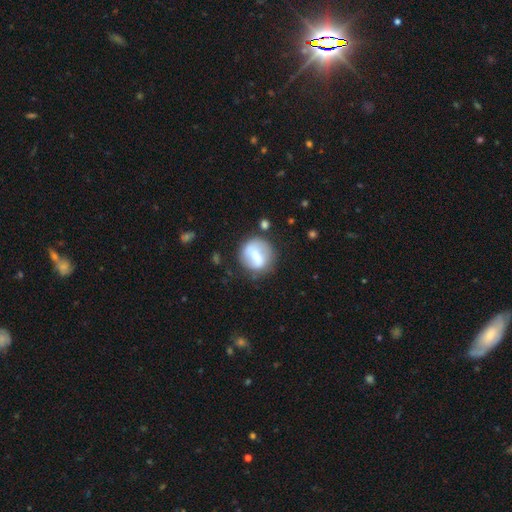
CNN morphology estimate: Smooth or featured?
  - smooth: 59% *
  - featured or disk: 33%
  - star or artifact: 7%
How rounded?
  - round: 82% *
  - in between: 17%
  - cigar-shaped: 1%
Merging?
  - none: 62% *
  - minor disturbance: 21%
  - major disturbance: 11%
  - merger: 7%